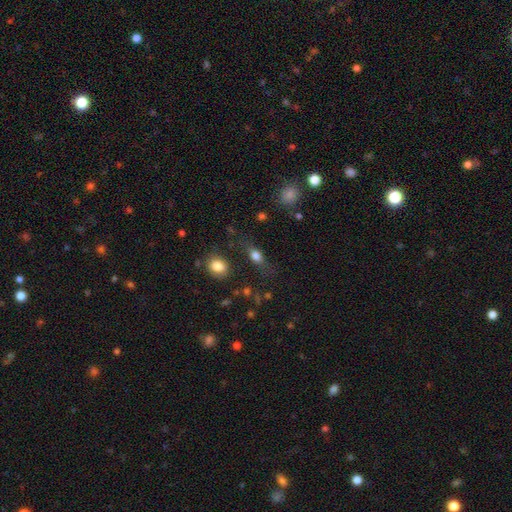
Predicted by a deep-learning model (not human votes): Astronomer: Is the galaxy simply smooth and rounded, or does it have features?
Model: smooth — 75%.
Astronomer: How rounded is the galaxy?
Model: in between — 68%.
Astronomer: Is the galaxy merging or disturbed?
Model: none — 67%.